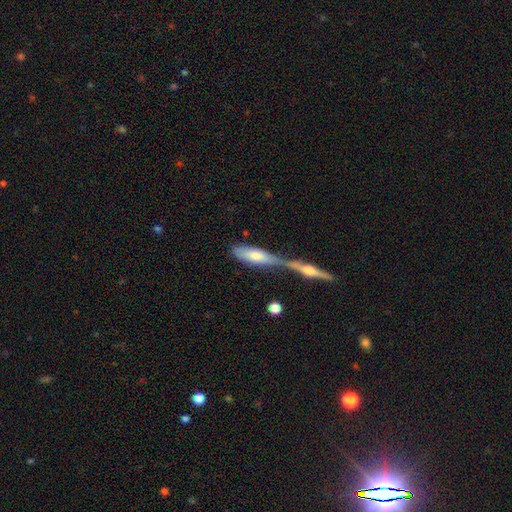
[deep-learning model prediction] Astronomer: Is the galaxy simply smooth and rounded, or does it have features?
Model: smooth — 48% (runner-up: featured or disk, 44%).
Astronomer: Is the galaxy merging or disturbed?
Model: merger — 59%.